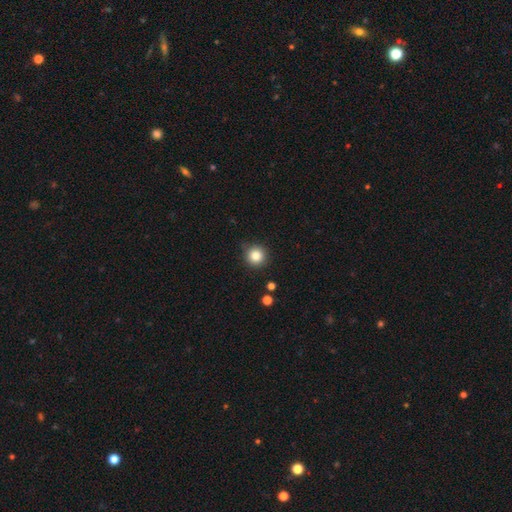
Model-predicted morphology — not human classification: A smooth galaxy with no disk features (84%) that is round (95%).

Vote fractions:
- Smooth or featured? smooth: 84% / star or artifact: 11% / featured or disk: 6%
- How rounded? round: 95% / in between: 4% / cigar-shaped: 1%
- Merging? none: 87% / minor disturbance: 9% / major disturbance: 2% / merger: 2%